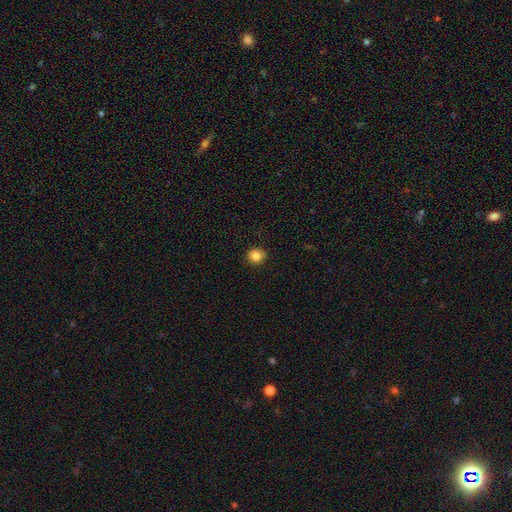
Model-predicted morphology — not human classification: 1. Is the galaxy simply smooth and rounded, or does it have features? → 84% smooth, 11% star or artifact, 5% featured or disk.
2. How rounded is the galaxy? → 87% round, 12% in between, 1% cigar-shaped.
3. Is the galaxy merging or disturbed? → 86% none, 11% minor disturbance, 2% major disturbance, 1% merger.